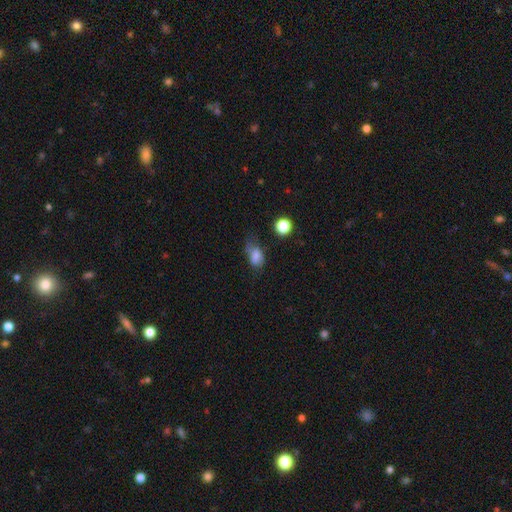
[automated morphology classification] Smooth or featured?
  - smooth: 71% *
  - featured or disk: 17%
  - star or artifact: 12%
How rounded?
  - in between: 83% *
  - round: 13%
  - cigar-shaped: 3%
Merging?
  - none: 38% *
  - minor disturbance: 34%
  - major disturbance: 24%
  - merger: 4%